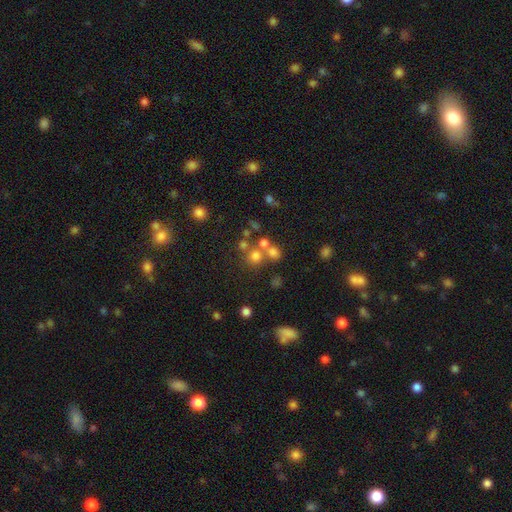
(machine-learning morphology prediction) Smooth or featured? Predicted: smooth (p=0.66). How rounded? Predicted: round (p=0.88). Merging? Predicted: none (p=0.57).